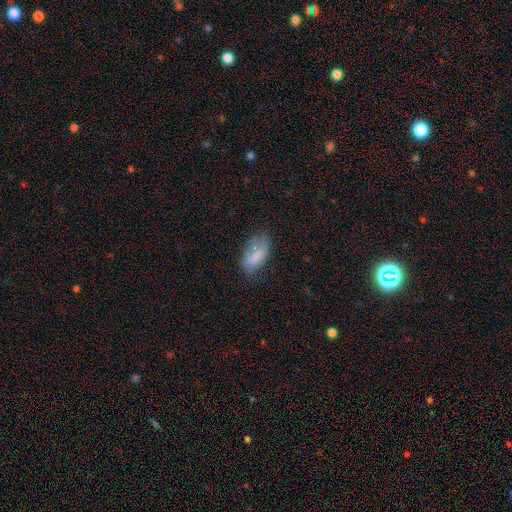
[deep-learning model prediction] This is likely a smooth galaxy (76%). How rounded: clearly in between (92%). Merging: possibly none (52%).